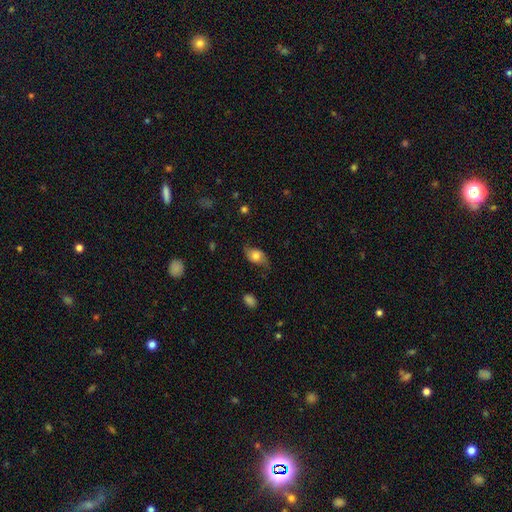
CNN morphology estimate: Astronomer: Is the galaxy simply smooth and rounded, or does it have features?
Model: smooth — 58% (runner-up: featured or disk, 33%).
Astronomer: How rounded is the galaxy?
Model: in between — 83%.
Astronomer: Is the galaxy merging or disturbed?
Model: none — 64%.